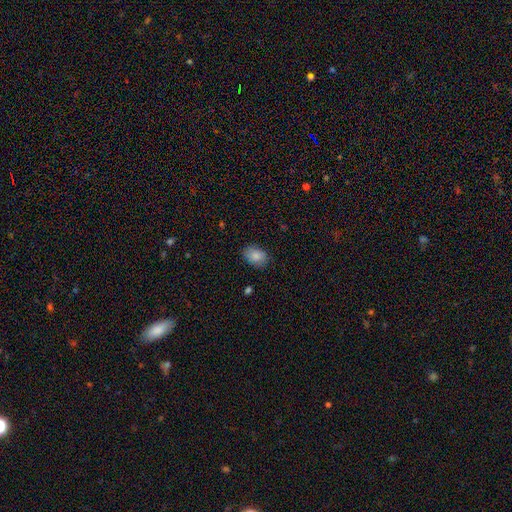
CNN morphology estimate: Smooth or featured?
  - smooth: 85% *
  - star or artifact: 8%
  - featured or disk: 7%
How rounded?
  - in between: 79% *
  - round: 19%
  - cigar-shaped: 1%
Merging?
  - none: 81% *
  - minor disturbance: 15%
  - major disturbance: 3%
  - merger: 1%